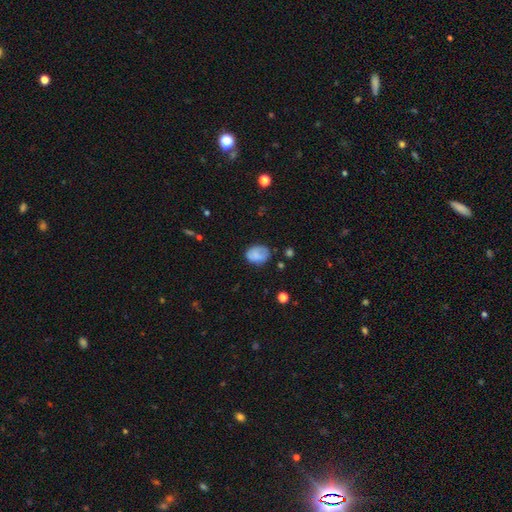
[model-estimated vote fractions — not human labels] A smooth galaxy with no disk features (77%) that is in between round and cigar-shaped (66%). Merging: none (64%).